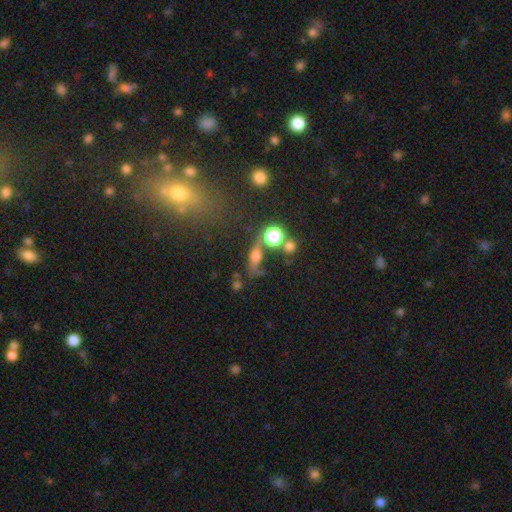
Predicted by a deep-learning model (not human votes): A smooth galaxy with no disk features (54%) that is in between round and cigar-shaped (44%).

Vote fractions:
- Smooth or featured? smooth: 54% / featured or disk: 29% / star or artifact: 17%
- How rounded? in between: 44% / round: 30% / cigar-shaped: 26%
- Merging? none: 45% / merger: 23% / minor disturbance: 18% / major disturbance: 15%